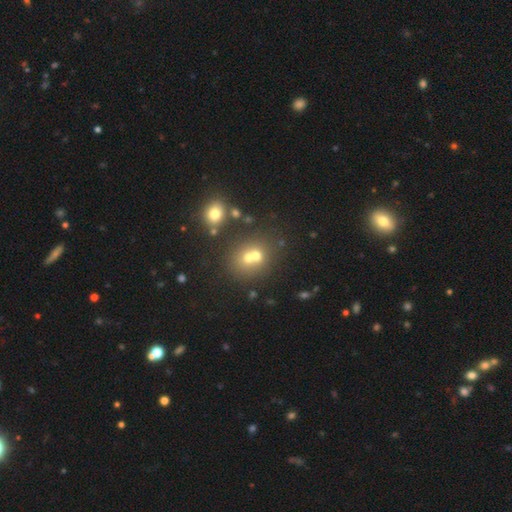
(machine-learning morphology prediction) A smooth galaxy with no disk features (58%) that is round (74%).

Vote fractions:
- Smooth or featured? smooth: 58% / star or artifact: 22% / featured or disk: 20%
- How rounded? round: 74% / in between: 25% / cigar-shaped: 1%
- Merging? merger: 51% / none: 38% / minor disturbance: 7% / major disturbance: 4%